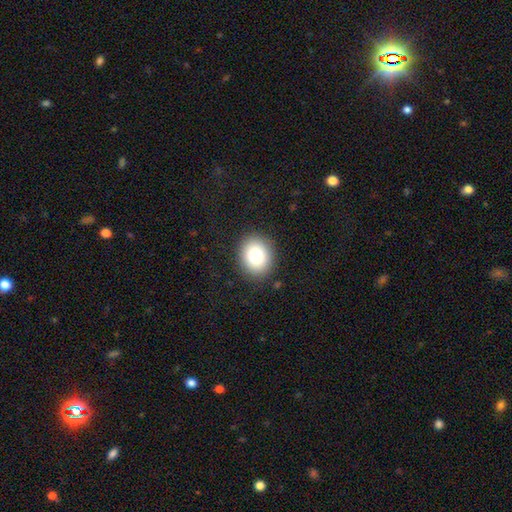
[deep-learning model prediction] Smooth or featured? Predicted: smooth (p=0.81). How rounded? Predicted: round (p=0.59). Merging? Predicted: none (p=0.89).